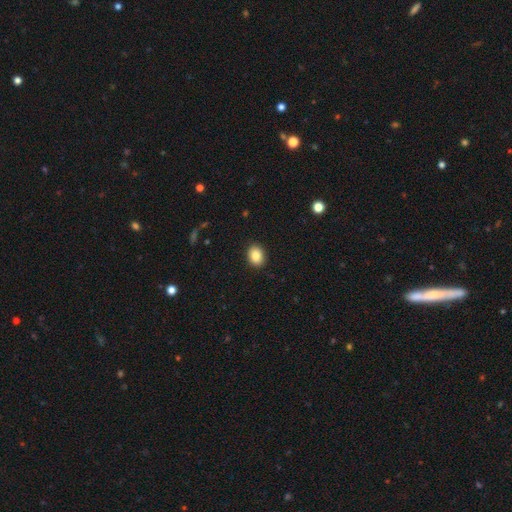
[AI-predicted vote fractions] smooth_or_featured: smooth (p=0.86) [alt: star or artifact p=0.08]
how_rounded: in between (p=0.62) [alt: round p=0.37]
merging: none (p=0.90) [alt: minor disturbance p=0.07]